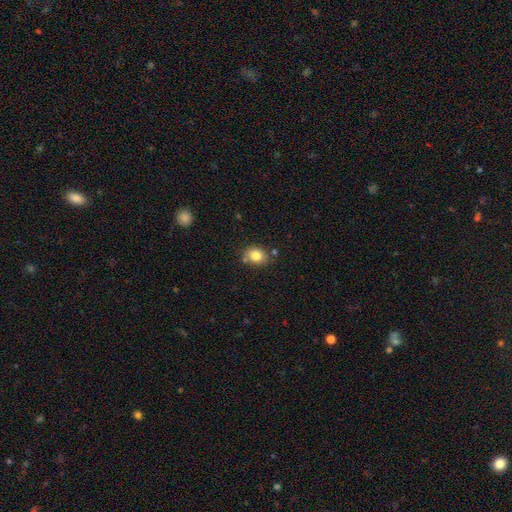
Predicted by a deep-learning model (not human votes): This is clearly a smooth galaxy (82%). How rounded: possibly in between (54%). Merging: likely none (75%).